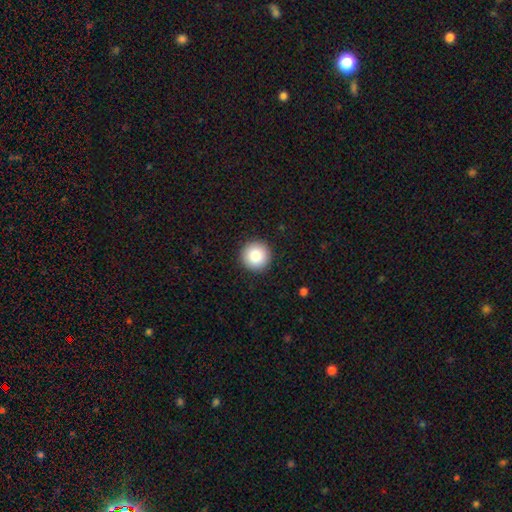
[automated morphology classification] Overall: smooth (86%). How rounded: round (96%). Merging: none (93%).